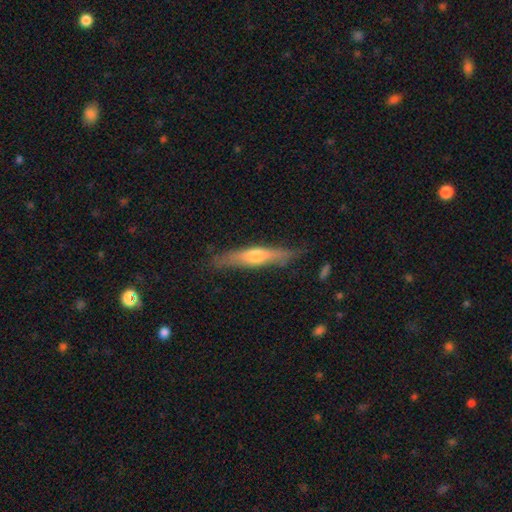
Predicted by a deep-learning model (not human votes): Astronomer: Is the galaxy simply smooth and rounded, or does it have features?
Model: featured or disk — 52% (runner-up: smooth, 42%).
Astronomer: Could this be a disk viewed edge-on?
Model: yes — 90%.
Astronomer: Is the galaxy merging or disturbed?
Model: none — 79%.